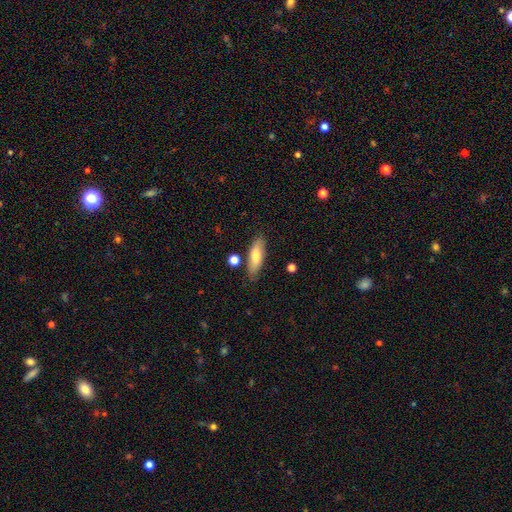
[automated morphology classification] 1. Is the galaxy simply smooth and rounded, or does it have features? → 72% smooth, 21% featured or disk, 7% star or artifact.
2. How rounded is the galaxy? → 61% in between, 36% cigar-shaped, 3% round.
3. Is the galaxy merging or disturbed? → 82% none, 12% minor disturbance, 4% merger, 2% major disturbance.